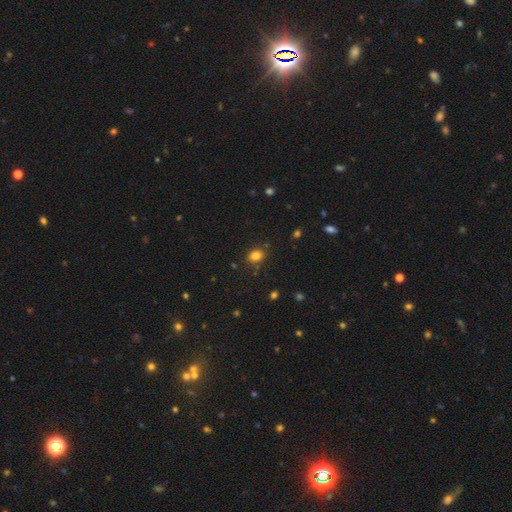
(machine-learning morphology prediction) type=smooth (81%); roundness=round (50%); merging=none (80%).